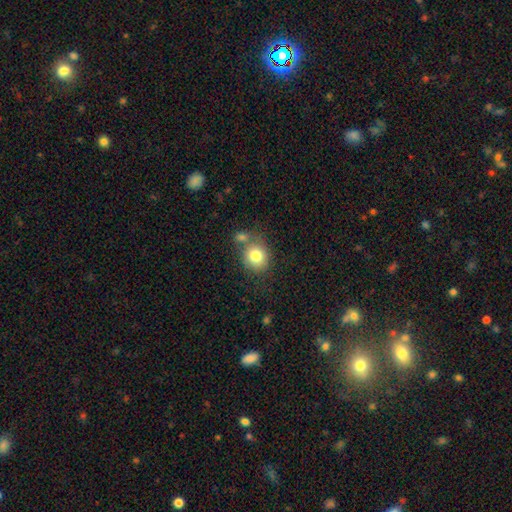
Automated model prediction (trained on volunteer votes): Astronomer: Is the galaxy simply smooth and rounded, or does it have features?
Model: smooth — 80%.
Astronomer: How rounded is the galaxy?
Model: round — 77%.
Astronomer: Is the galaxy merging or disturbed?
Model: none — 58%.